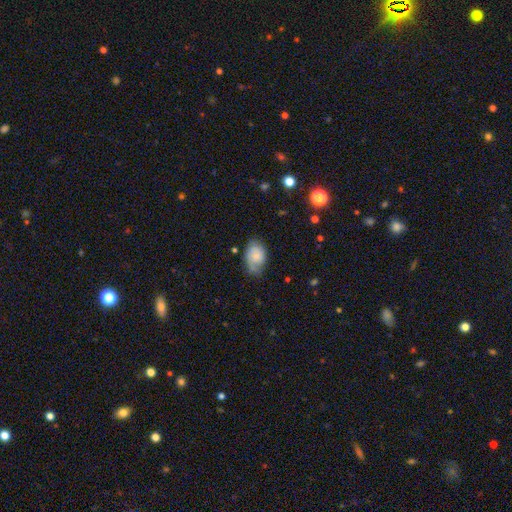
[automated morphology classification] This is likely a smooth galaxy (67%). How rounded: clearly in between (85%). Merging: possibly none (56%).